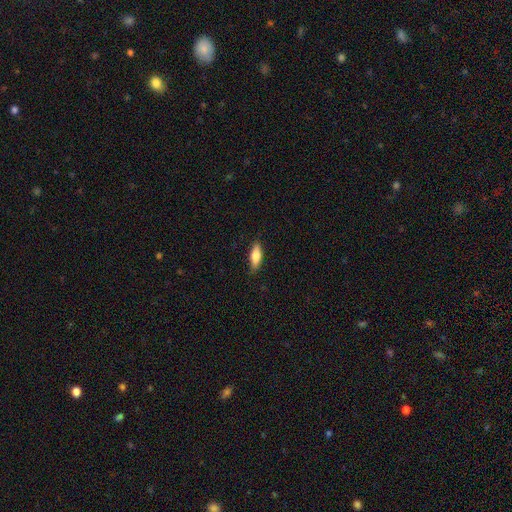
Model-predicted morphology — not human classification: smooth 74%, featured or disk 20%, star or artifact 6%. Down the decision tree: how rounded — in between (62%); merging — none (85%).